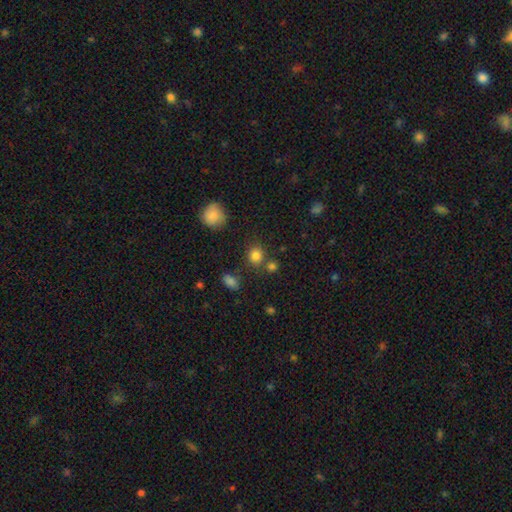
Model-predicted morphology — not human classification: Smooth or featured?
  - smooth: 82% *
  - star or artifact: 13%
  - featured or disk: 5%
How rounded?
  - round: 78% *
  - in between: 21%
  - cigar-shaped: 1%
Merging?
  - none: 72% *
  - merger: 14%
  - minor disturbance: 10%
  - major disturbance: 4%